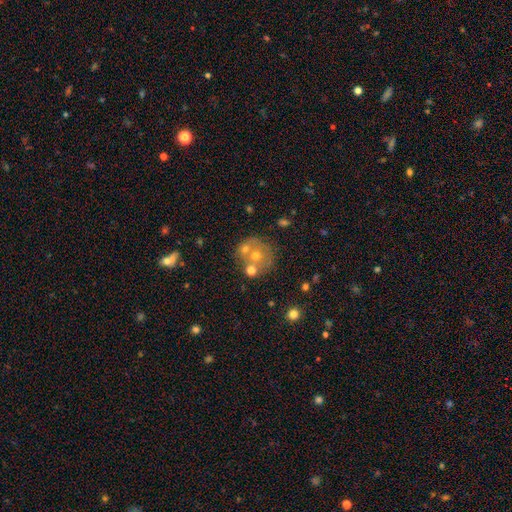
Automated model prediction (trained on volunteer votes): smooth 45%, featured or disk 38%, star or artifact 17%. Down the decision tree: merging — none (52%).